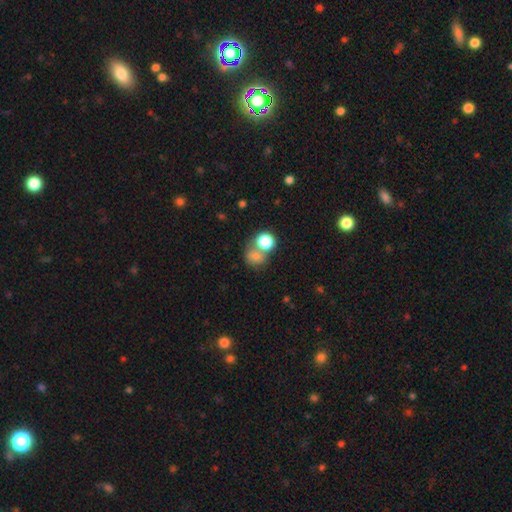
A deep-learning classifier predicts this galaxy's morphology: The model was most divided on "merging": merger: 43%, none: 41%, minor disturbance: 10%, major disturbance: 6%. More confident: smooth or featured — smooth (74%); how rounded — round (73%).